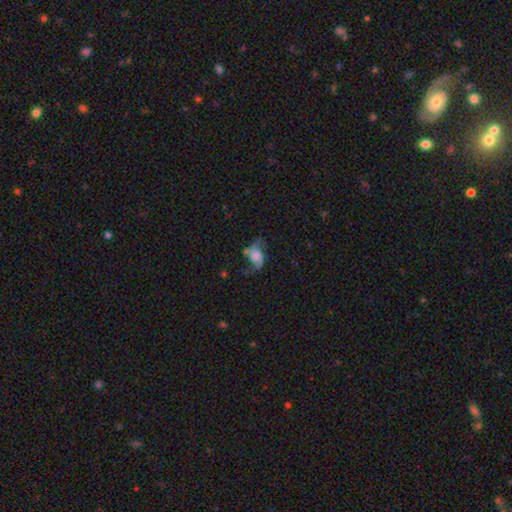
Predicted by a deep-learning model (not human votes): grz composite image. It shows a featured or disk galaxy (68%) with no bar (67%), 2 (87%) loose (70%) spiral arms (88%) and no central bulge (31%). Merging: none (49%).